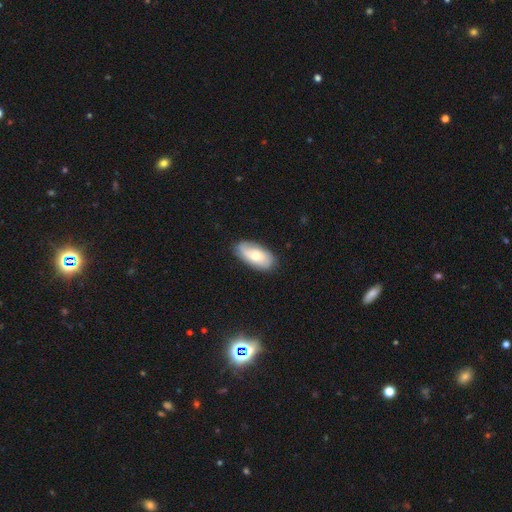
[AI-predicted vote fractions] Smooth or featured? smooth (55%)
How rounded? in between (92%)
Merging? none (80%)